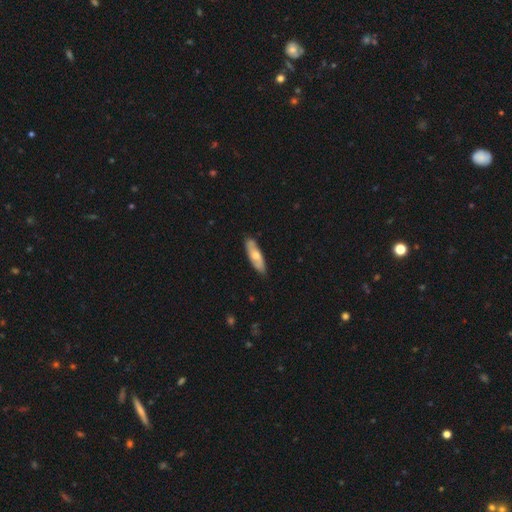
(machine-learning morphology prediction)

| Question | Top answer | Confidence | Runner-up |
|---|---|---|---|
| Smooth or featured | smooth | 57% | featured or disk (38%) |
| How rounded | cigar-shaped | 54% | in between (44%) |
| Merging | none | 85% | minor disturbance (12%) |